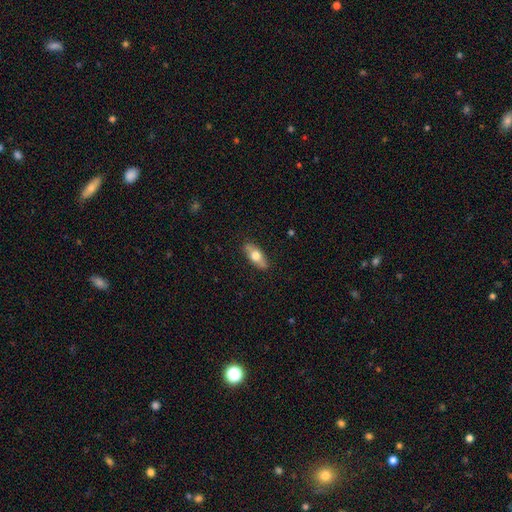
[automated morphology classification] Smooth or featured: smooth — 61% (featured or disk — 33%)
How rounded: in between — 73% (cigar-shaped — 23%)
Merging: none — 87% (minor disturbance — 10%)